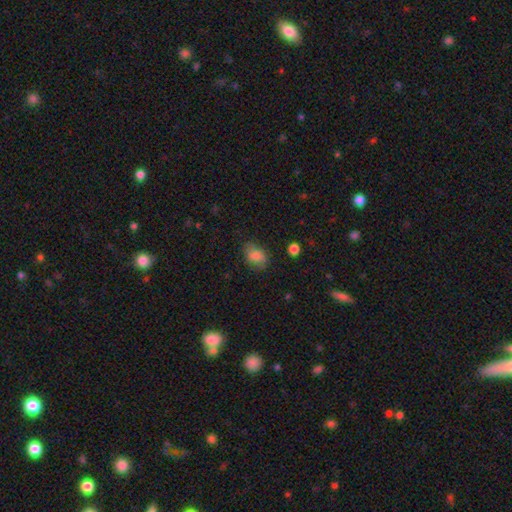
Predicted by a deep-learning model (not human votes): Smooth or featured? Predicted: smooth (p=0.82). How rounded? Predicted: in between (p=0.83). Merging? Predicted: none (p=0.77).